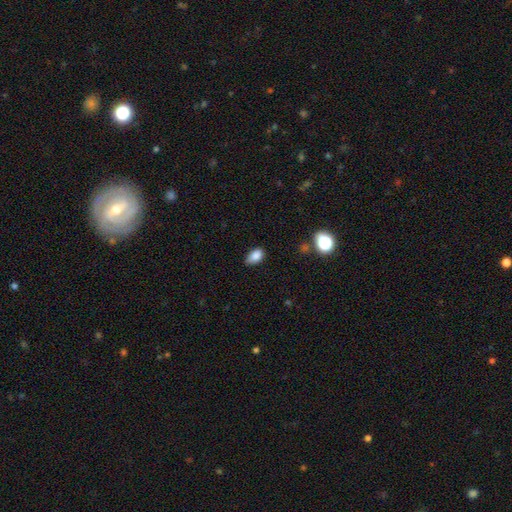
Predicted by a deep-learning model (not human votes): Overall: smooth (85%). How rounded: in between (89%). Merging: none (71%).